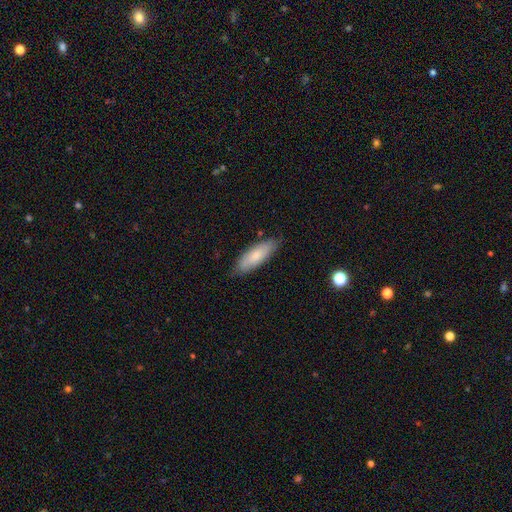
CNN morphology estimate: Q: Smooth or featured?
A: smooth (73%); runner-up: featured or disk (21%)
Q: How rounded?
A: in between (64%); runner-up: cigar-shaped (34%)
Q: Merging?
A: none (79%); runner-up: minor disturbance (17%)